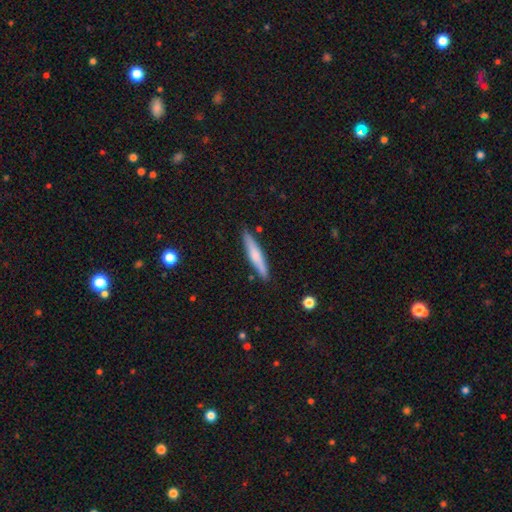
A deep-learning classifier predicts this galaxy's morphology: smooth 62%, featured or disk 32%, star or artifact 6%. Down the decision tree: how rounded — cigar-shaped (91%); merging — none (88%).